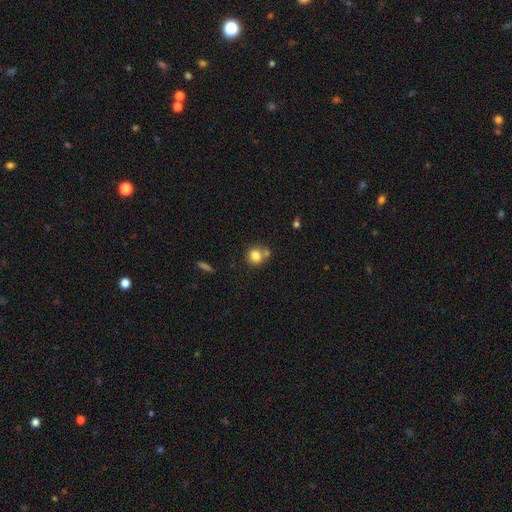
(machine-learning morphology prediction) A smooth galaxy with no disk features (81%) that is round (85%).

Vote fractions:
- Smooth or featured? smooth: 81% / star or artifact: 10% / featured or disk: 9%
- How rounded? round: 85% / in between: 14% / cigar-shaped: 1%
- Merging? none: 59% / merger: 26% / minor disturbance: 12% / major disturbance: 4%